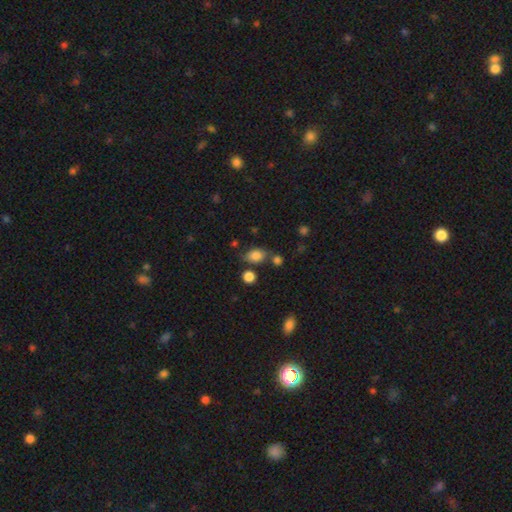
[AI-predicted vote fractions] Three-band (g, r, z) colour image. It shows a smooth galaxy with no disk features (81%) that is in between round and cigar-shaped (77%). Merging: none (66%).